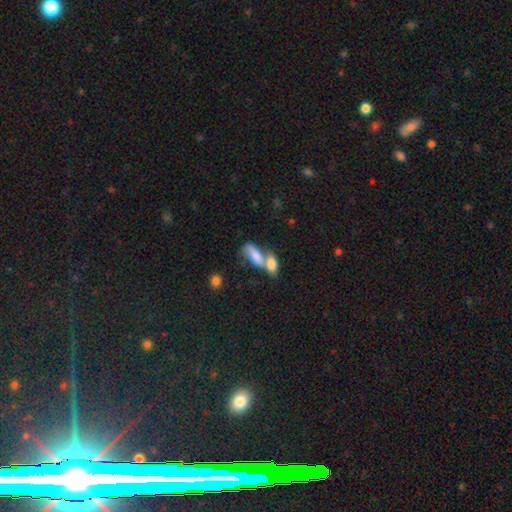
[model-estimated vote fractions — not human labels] The model was most divided on "merging": merger: 68%, none: 19%, minor disturbance: 7%, major disturbance: 5%. More confident: how rounded — in between (79%); smooth or featured — smooth (74%).